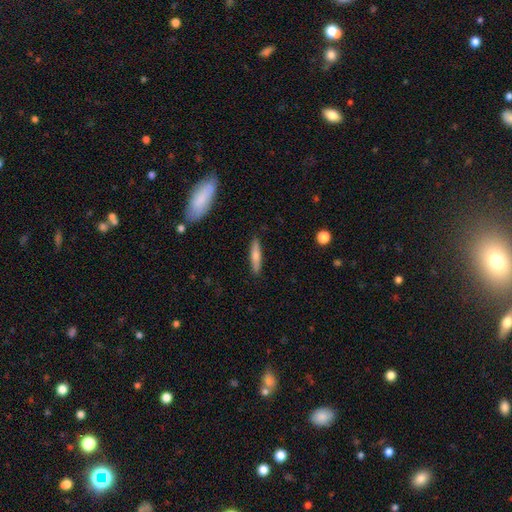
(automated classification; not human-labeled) Morphology: type=smooth (70%); roundness=cigar-shaped (82%); merging=none (88%).